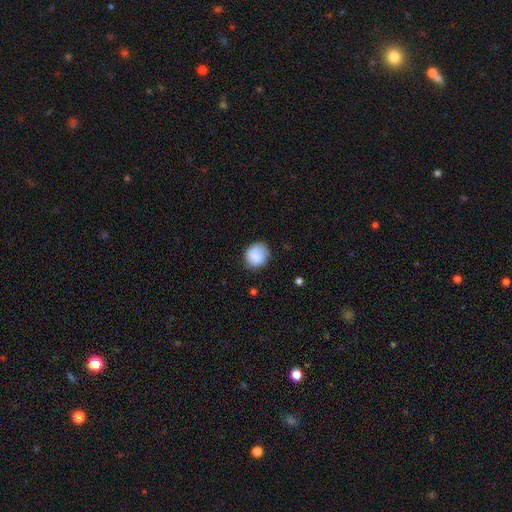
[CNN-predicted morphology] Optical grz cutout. It shows a smooth galaxy with no disk features (84%) that is round (81%). Merging: none (77%).